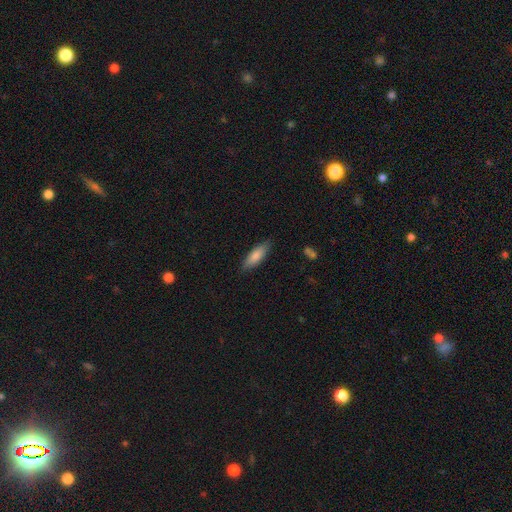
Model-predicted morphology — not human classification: smooth-or-featured: smooth: 81% | featured or disk: 13% | star or artifact: 6%
  how-rounded: in between: 52% | cigar-shaped: 46% | round: 2%
  merging: none: 84% | minor disturbance: 12% | major disturbance: 2% | merger: 1%